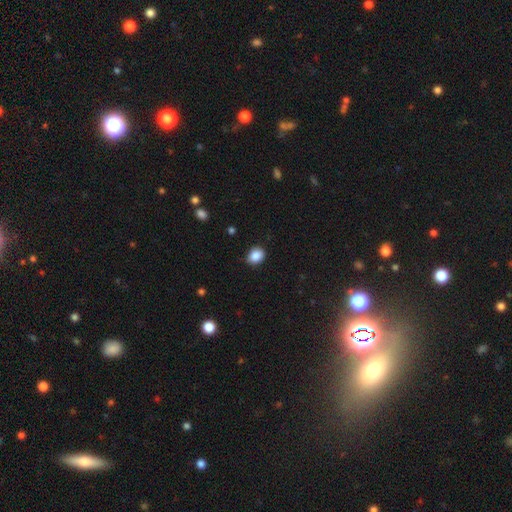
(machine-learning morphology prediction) This is clearly a smooth galaxy (88%). How rounded: possibly in between (51%). Merging: clearly none (84%).